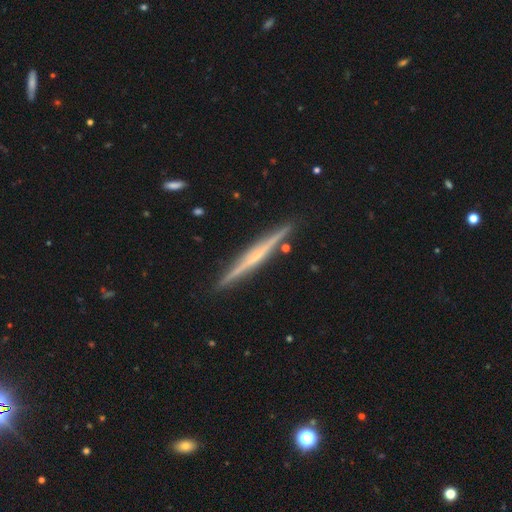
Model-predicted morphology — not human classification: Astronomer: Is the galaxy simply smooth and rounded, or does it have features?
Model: featured or disk — 74%.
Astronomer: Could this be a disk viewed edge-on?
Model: yes — 98%.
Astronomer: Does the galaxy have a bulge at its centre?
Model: none — 50% (runner-up: rounded, 39%).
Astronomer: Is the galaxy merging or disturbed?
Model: none — 90%.